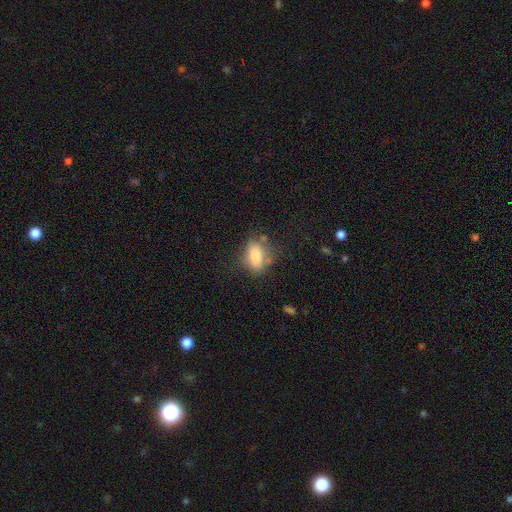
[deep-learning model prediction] A smooth galaxy with no disk features (81%) that is in between round and cigar-shaped (85%). Merging: none (57%).